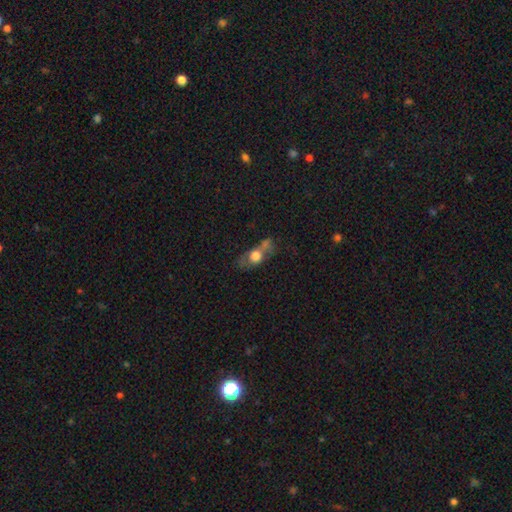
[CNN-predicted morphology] This appears to be a smooth galaxy with no disk features (59%) that is in between round and cigar-shaped (52%). Merging: none (35%).